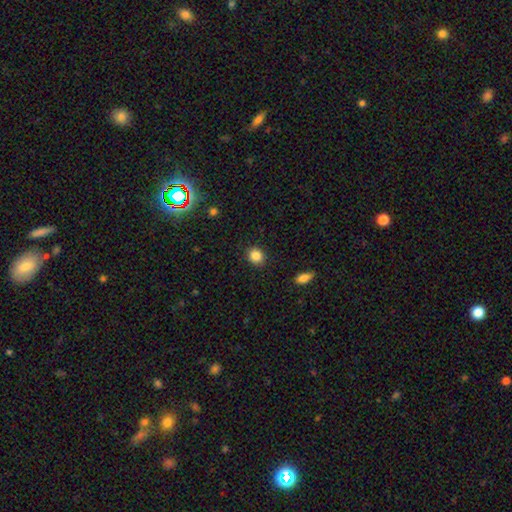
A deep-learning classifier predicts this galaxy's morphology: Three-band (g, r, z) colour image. It shows a smooth galaxy with no disk features (86%) that is round (77%). Merging: none (90%).